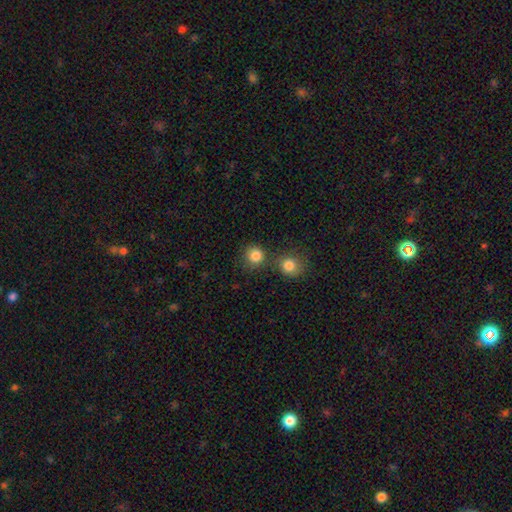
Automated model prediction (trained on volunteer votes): Morphology: type=smooth (84%); roundness=round (90%); merging=none (67%).